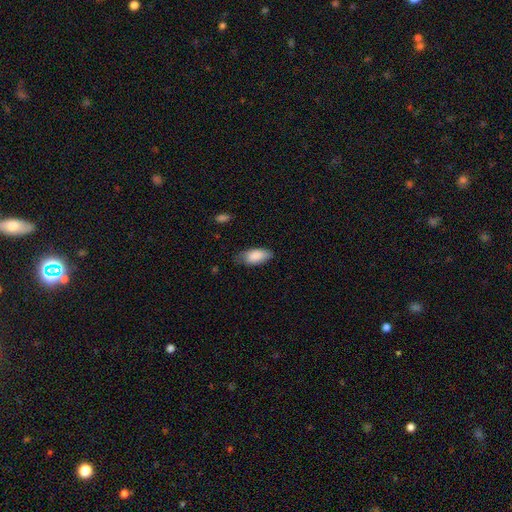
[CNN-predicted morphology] A smooth galaxy with no disk features (86%) that is in between round and cigar-shaped (88%).

Vote fractions:
- Smooth or featured? smooth: 86% / featured or disk: 8% / star or artifact: 6%
- How rounded? in between: 88% / cigar-shaped: 10% / round: 2%
- Merging? none: 66% / minor disturbance: 27% / major disturbance: 5% / merger: 1%